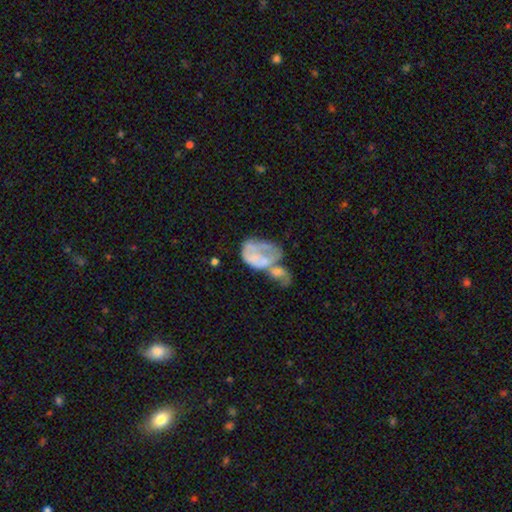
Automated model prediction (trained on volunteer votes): A featured or disk galaxy (51%). Merging: merger (56%).